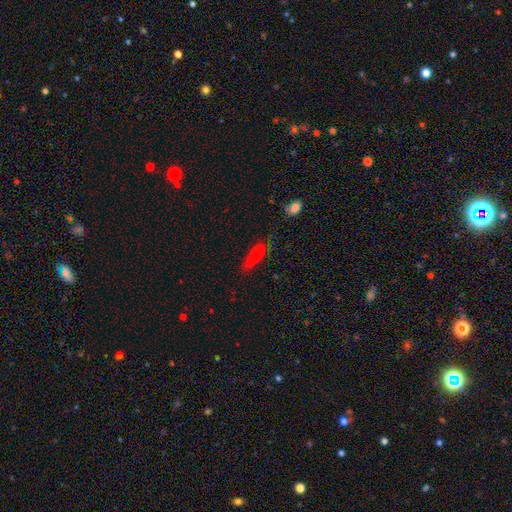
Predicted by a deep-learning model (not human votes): Q: Smooth or featured?
A: smooth (77%); runner-up: featured or disk (14%)
Q: How rounded?
A: cigar-shaped (59%); runner-up: in between (39%)
Q: Merging?
A: none (70%); runner-up: minor disturbance (22%)